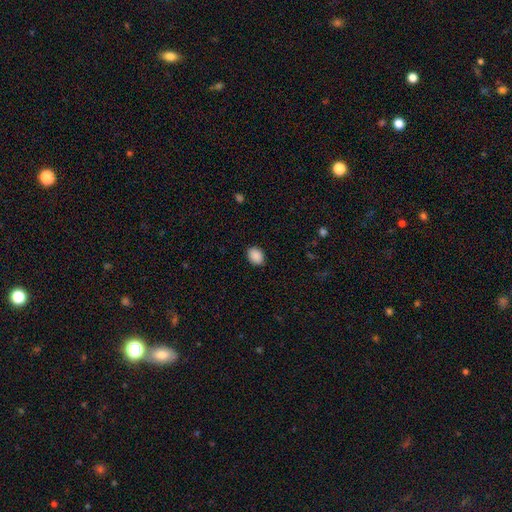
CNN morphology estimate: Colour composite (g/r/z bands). It shows a smooth galaxy with no disk features (90%) that is in between round and cigar-shaped (67%). Merging: none (88%).